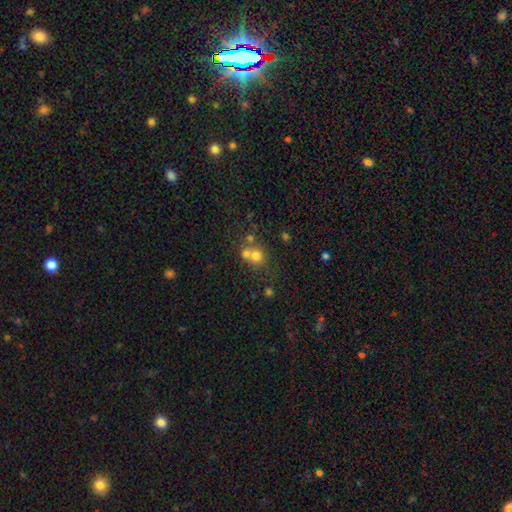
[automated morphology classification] Smooth or featured? smooth (69%)
How rounded? round (83%)
Merging? merger (49%)